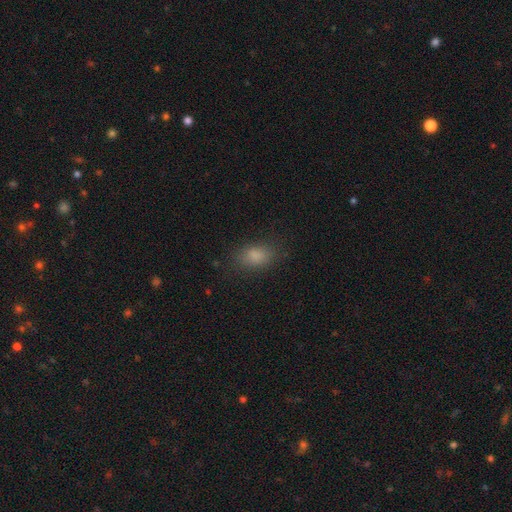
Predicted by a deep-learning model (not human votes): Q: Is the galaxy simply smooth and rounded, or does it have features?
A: smooth — 83%.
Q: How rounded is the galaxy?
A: in between — 82%.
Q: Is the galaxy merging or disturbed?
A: none — 80%.